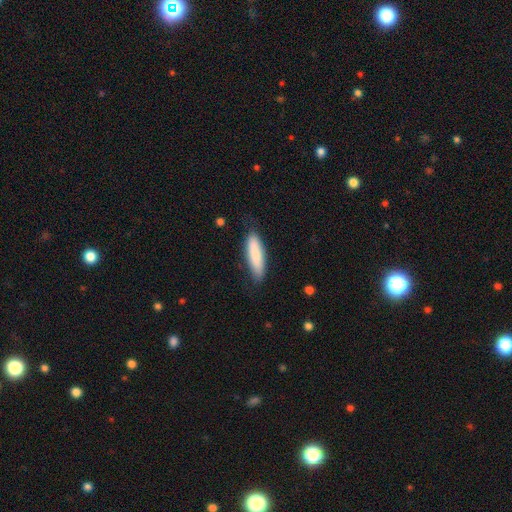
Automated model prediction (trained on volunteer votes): smooth-or-featured: smooth: 80% | featured or disk: 14% | star or artifact: 6%
  how-rounded: cigar-shaped: 60% | in between: 38% | round: 2%
  merging: none: 80% | minor disturbance: 16% | major disturbance: 3% | merger: 1%